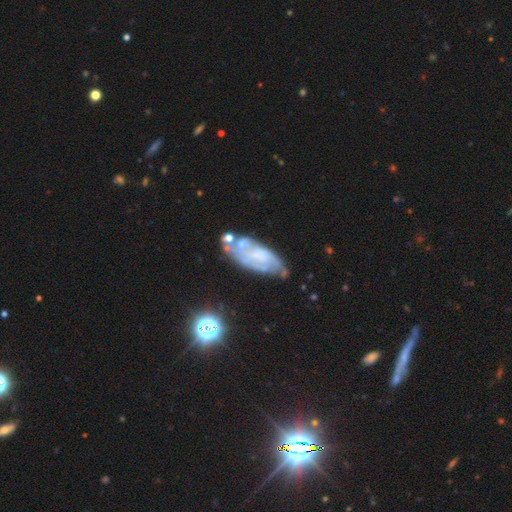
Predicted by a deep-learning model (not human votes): Smooth or featured?
  - featured or disk: 59% *
  - smooth: 30%
  - star or artifact: 11%
Edge-on disk?
  - no: 88% *
  - yes: 12%
Bar?
  - no: 74% *
  - weak: 21%
  - strong: 5%
Spiral arms?
  - yes: 55% *
  - no: 45%
Bulge size?
  - none: 43% *
  - small: 33%
  - moderate: 19%
  - large: 4%
  - dominant: 1%
Merging?
  - none: 56% *
  - minor disturbance: 24%
  - major disturbance: 11%
  - merger: 9%